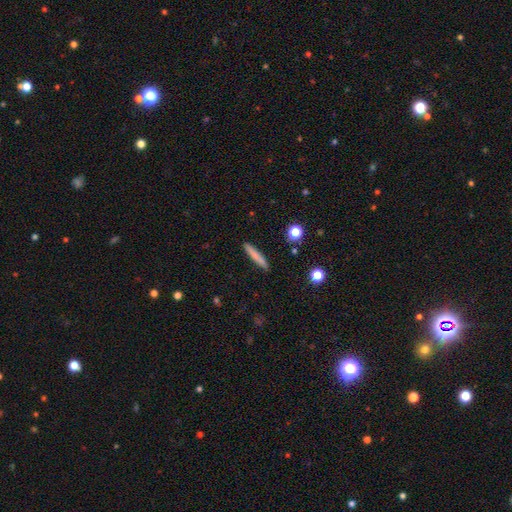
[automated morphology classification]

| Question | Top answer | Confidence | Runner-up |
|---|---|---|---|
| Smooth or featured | smooth | 76% | featured or disk (16%) |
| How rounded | cigar-shaped | 93% | in between (5%) |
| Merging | none | 90% | minor disturbance (7%) |